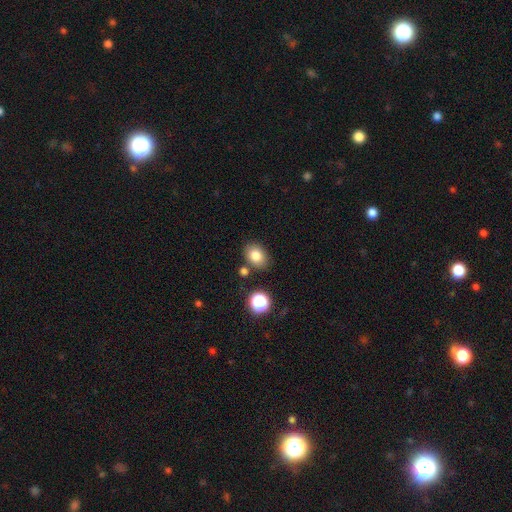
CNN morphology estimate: type=smooth (81%); roundness=in between (65%); merging=none (79%).